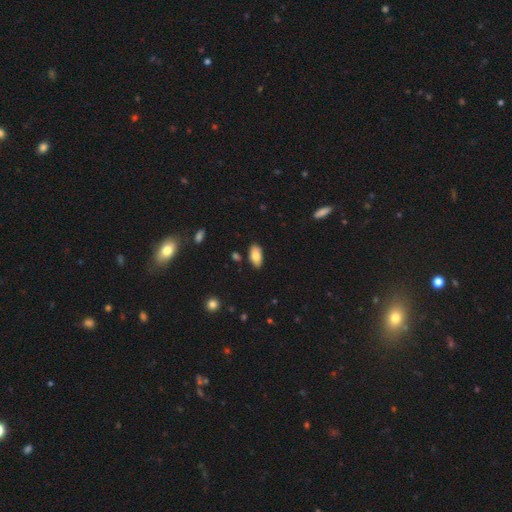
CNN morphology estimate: A smooth galaxy with no disk features (81%) that is in between round and cigar-shaped (93%).

Vote fractions:
- Smooth or featured? smooth: 81% / featured or disk: 12% / star or artifact: 7%
- How rounded? in between: 93% / cigar-shaped: 4% / round: 3%
- Merging? none: 84% / minor disturbance: 12% / major disturbance: 2% / merger: 2%